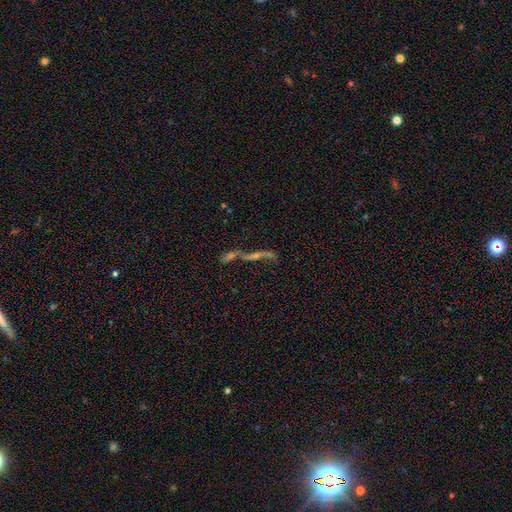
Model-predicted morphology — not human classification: A featured or disk galaxy (46%). Merging: none (44%).